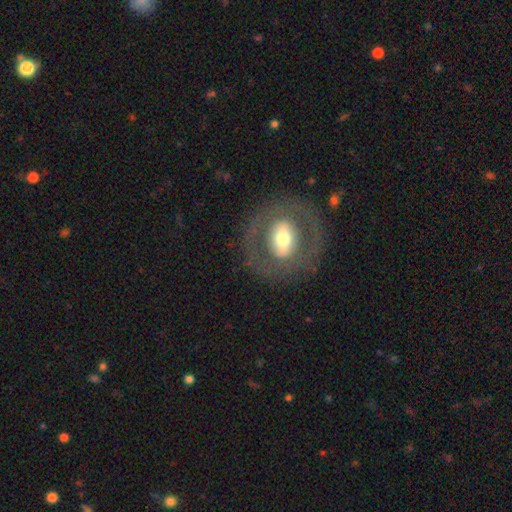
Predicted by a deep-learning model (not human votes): Smooth or featured: featured or disk — 63% (smooth — 29%)
Edge-on disk: no — 92% (yes — 8%)
Bar: no — 40% (weak — 31%)
Spiral arms: no — 71% (yes — 29%)
Bulge size: moderate — 56% (large — 24%)
Merging: none — 81% (minor disturbance — 10%)